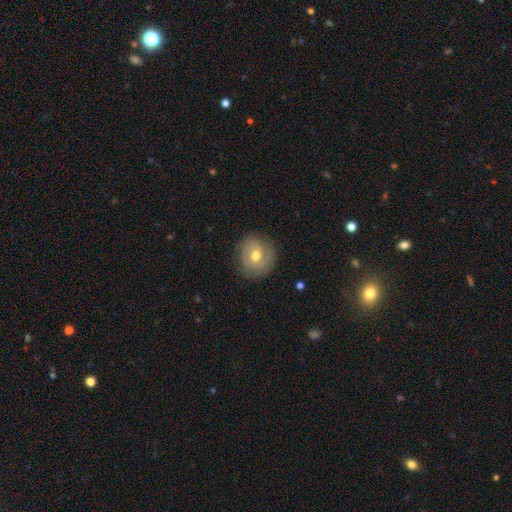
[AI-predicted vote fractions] Smooth or featured?
  - featured or disk: 51% *
  - smooth: 41%
  - star or artifact: 8%
Edge-on disk?
  - no: 96% *
  - yes: 4%
Merging?
  - none: 80% *
  - minor disturbance: 14%
  - major disturbance: 5%
  - merger: 1%